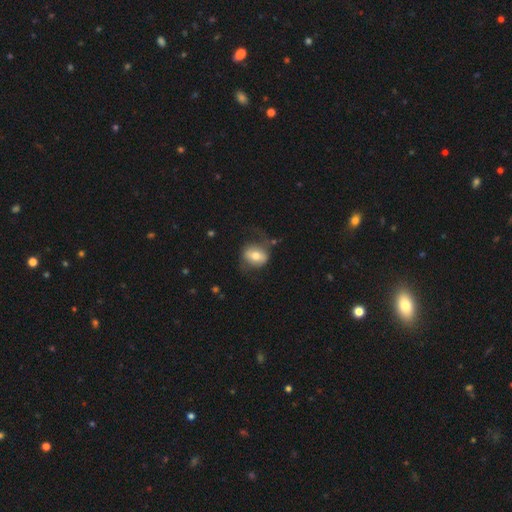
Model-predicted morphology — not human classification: A smooth galaxy with no disk features (56%) that is in between round and cigar-shaped (57%). Merging: none (56%).